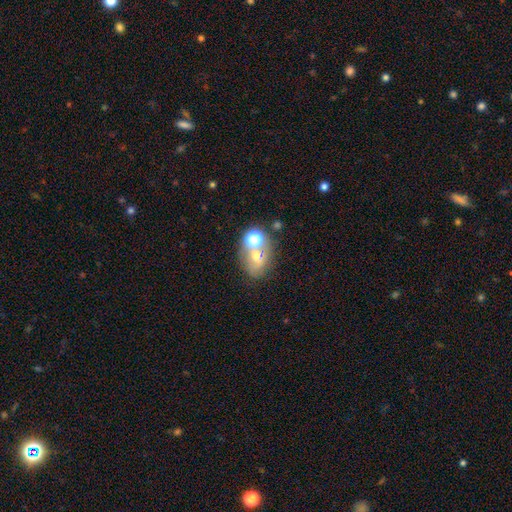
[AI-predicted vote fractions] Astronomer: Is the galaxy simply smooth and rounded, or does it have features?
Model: smooth — 52% (runner-up: featured or disk, 30%).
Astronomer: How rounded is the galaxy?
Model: in between — 58% (runner-up: round, 41%).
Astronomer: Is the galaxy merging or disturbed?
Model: merger — 41% (runner-up: none, 39%).